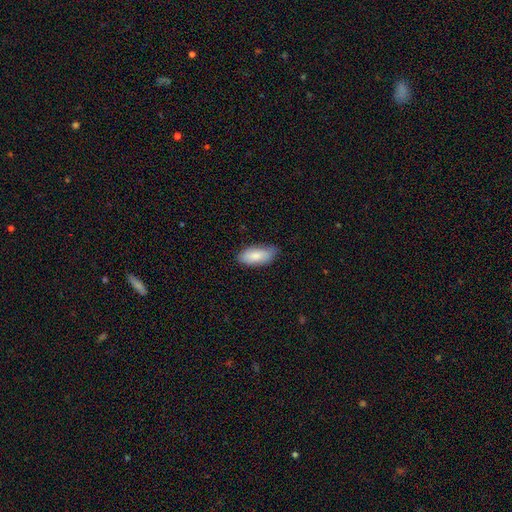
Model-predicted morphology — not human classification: A smooth galaxy with no disk features (83%) that is in between round and cigar-shaped (88%). Merging: none (69%).